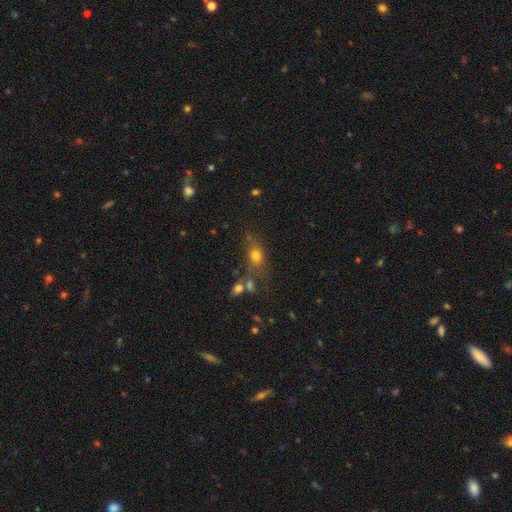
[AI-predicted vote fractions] Smooth or featured?
  - smooth: 72% *
  - star or artifact: 16%
  - featured or disk: 12%
How rounded?
  - in between: 62% *
  - round: 33%
  - cigar-shaped: 5%
Merging?
  - none: 59% *
  - merger: 17%
  - minor disturbance: 16%
  - major disturbance: 9%